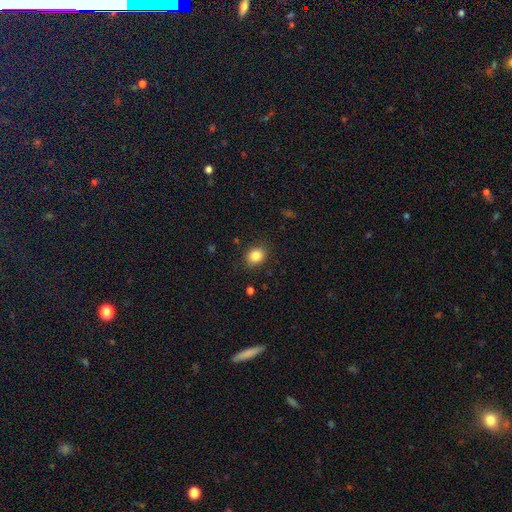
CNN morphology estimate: A smooth galaxy with no disk features (85%) that is round (52%).

Vote fractions:
- Smooth or featured? smooth: 85% / star or artifact: 10% / featured or disk: 5%
- How rounded? round: 52% / in between: 47% / cigar-shaped: 1%
- Merging? none: 86% / minor disturbance: 10% / major disturbance: 3% / merger: 1%